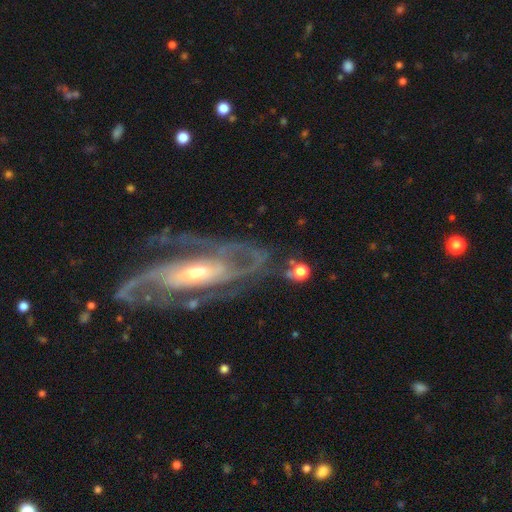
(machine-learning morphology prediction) type=featured or disk (89%); edge-on=no (90%); bar=no (35%); spiral arms=yes (96%); winding=tight (55%); arm count=2 (46%); bulge=small (48%); merging=none (73%).